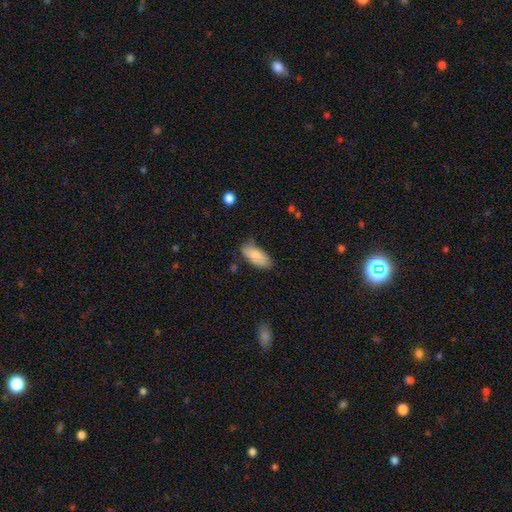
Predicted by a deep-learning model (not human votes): smooth 82%, featured or disk 12%, star or artifact 6%. Down the decision tree: how rounded — in between (89%); merging — none (73%).